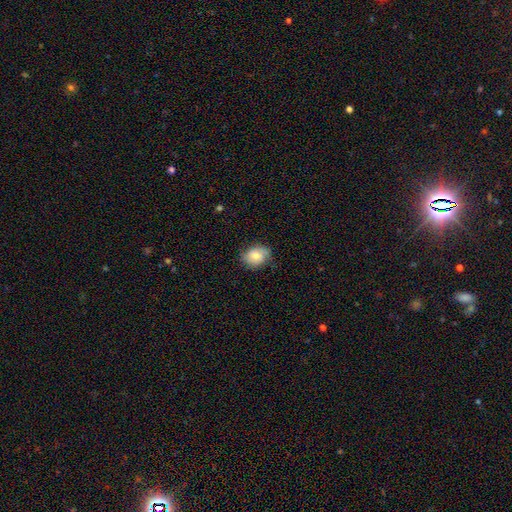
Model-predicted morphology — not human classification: Smooth or featured?
  - smooth: 66% *
  - featured or disk: 26%
  - star or artifact: 8%
How rounded?
  - in between: 56% *
  - round: 43%
  - cigar-shaped: 1%
Merging?
  - none: 72% *
  - minor disturbance: 22%
  - major disturbance: 5%
  - merger: 1%